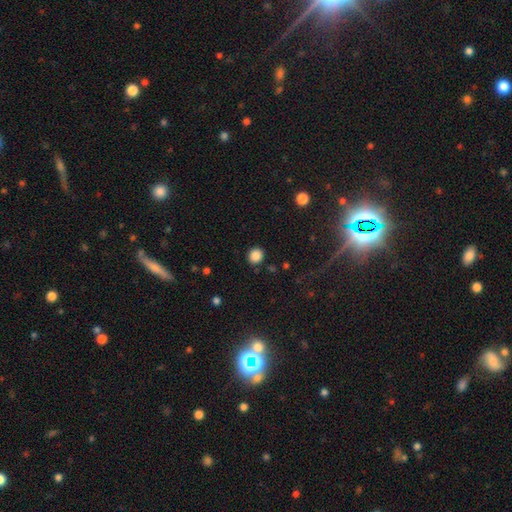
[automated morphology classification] Smooth or featured?
  - smooth: 86% *
  - star or artifact: 11%
  - featured or disk: 3%
How rounded?
  - round: 87% *
  - in between: 13%
  - cigar-shaped: 1%
Merging?
  - none: 90% *
  - minor disturbance: 7%
  - major disturbance: 2%
  - merger: 2%